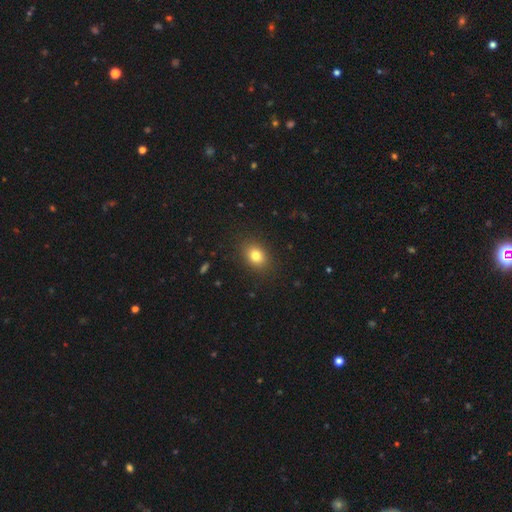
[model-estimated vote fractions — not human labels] Q: Smooth or featured?
A: smooth (80%); runner-up: star or artifact (12%)
Q: How rounded?
A: in between (60%); runner-up: round (39%)
Q: Merging?
A: none (88%); runner-up: minor disturbance (8%)